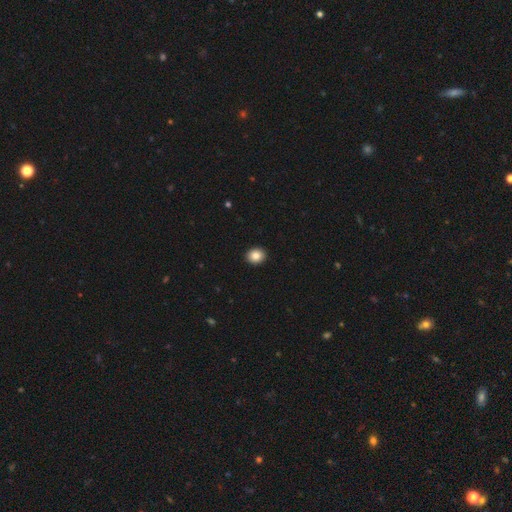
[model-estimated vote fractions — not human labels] smooth 85%, star or artifact 9%, featured or disk 6%. Down the decision tree: how rounded — round (65%); merging — none (93%).